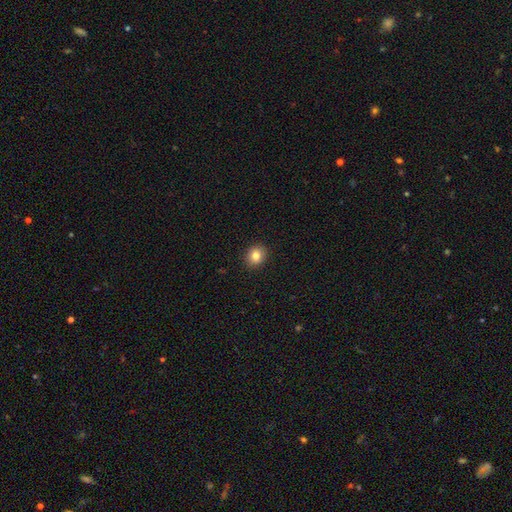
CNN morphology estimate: Smooth or featured?
  - smooth: 82% *
  - star or artifact: 10%
  - featured or disk: 7%
How rounded?
  - round: 71% *
  - in between: 28%
  - cigar-shaped: 1%
Merging?
  - none: 92% *
  - minor disturbance: 6%
  - major disturbance: 2%
  - merger: 1%